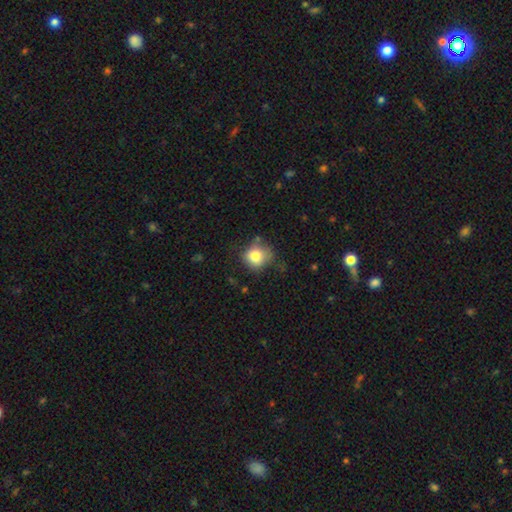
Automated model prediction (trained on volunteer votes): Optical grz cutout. It shows a smooth galaxy with no disk features (81%) that is round (83%). Merging: none (66%).